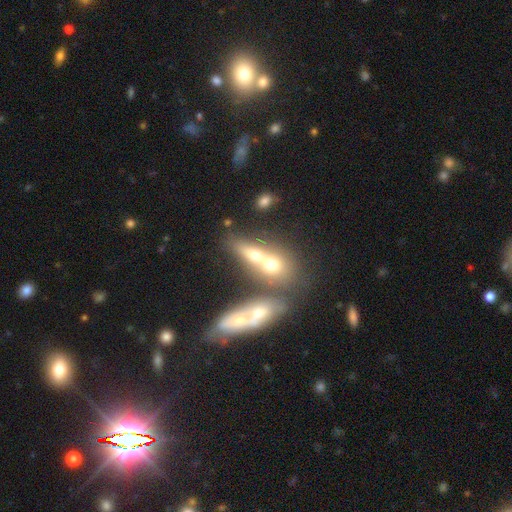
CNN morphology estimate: Smooth or featured: smooth — 58% (featured or disk — 28%)
How rounded: in between — 50% (round — 33%)
Merging: merger — 64% (none — 24%)